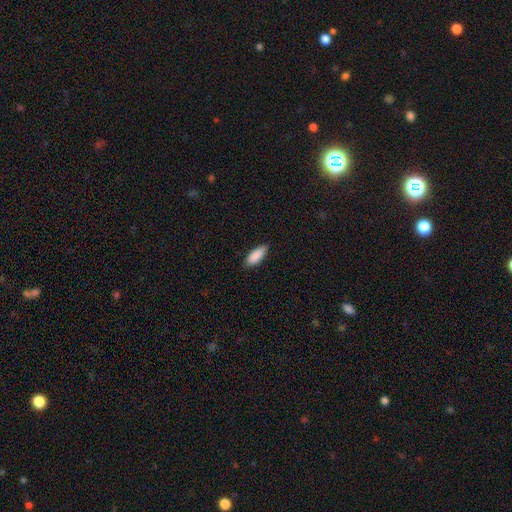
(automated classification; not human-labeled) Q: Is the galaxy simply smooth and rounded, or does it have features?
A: smooth — 88%.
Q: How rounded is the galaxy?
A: in between — 74%.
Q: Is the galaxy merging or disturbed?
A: none — 81%.